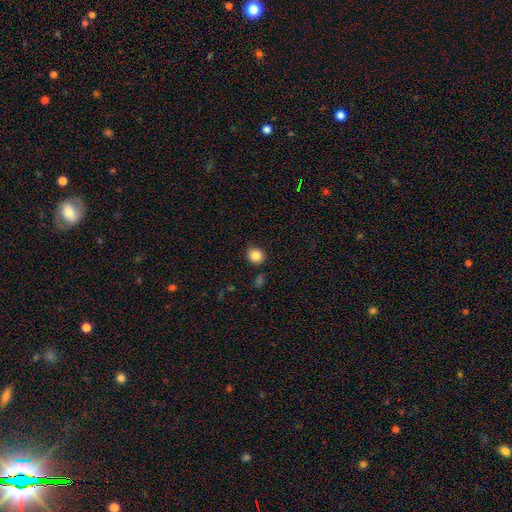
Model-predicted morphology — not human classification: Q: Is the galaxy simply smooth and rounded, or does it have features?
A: smooth — 84%.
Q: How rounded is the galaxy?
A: round — 83%.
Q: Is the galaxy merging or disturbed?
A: none — 85%.